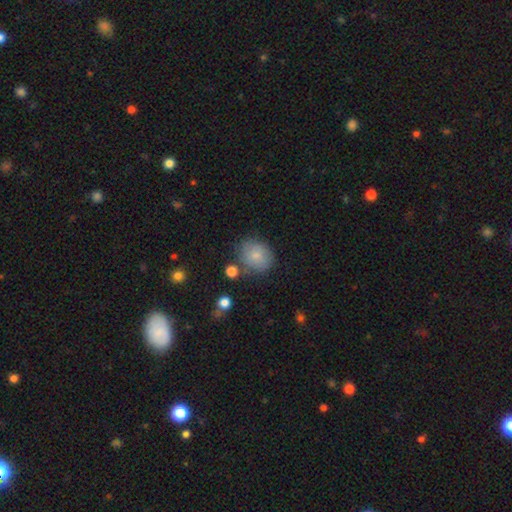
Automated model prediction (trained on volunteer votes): A smooth galaxy with no disk features (78%) that is round (69%). Merging: none (67%).